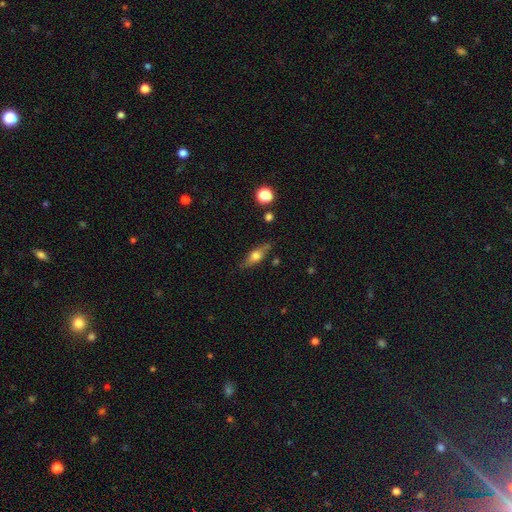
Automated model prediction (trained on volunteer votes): A smooth galaxy with no disk features (47%). Merging: none (78%).